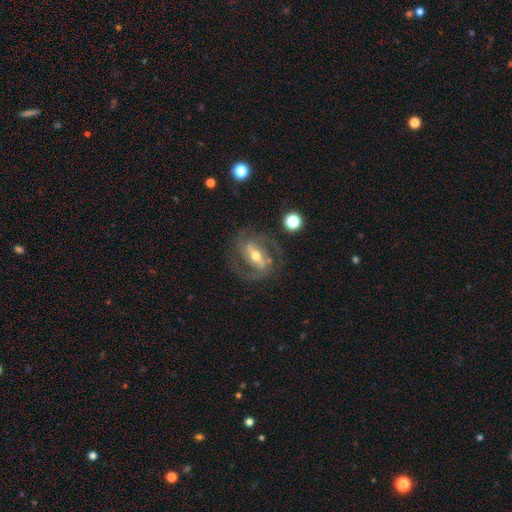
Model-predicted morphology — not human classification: This is clearly a featured or disk galaxy (87%). It is clearly not viewed edge-on (95%). Bar: possibly strong (59%). Spiral arm pattern: clearly yes (95%). Spiral arm count: clearly 2 (81%). Spiral winding: possibly medium (51%). Central bulge: likely moderate (63%). Merging: likely none (75%).